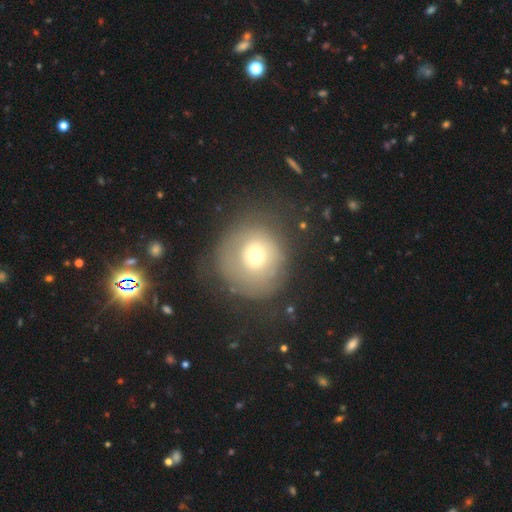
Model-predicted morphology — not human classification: A smooth galaxy with no disk features (60%) that is round (85%).

Vote fractions:
- Smooth or featured? smooth: 60% / featured or disk: 28% / star or artifact: 12%
- How rounded? round: 85% / in between: 14% / cigar-shaped: 1%
- Merging? none: 60% / minor disturbance: 20% / major disturbance: 18% / merger: 2%